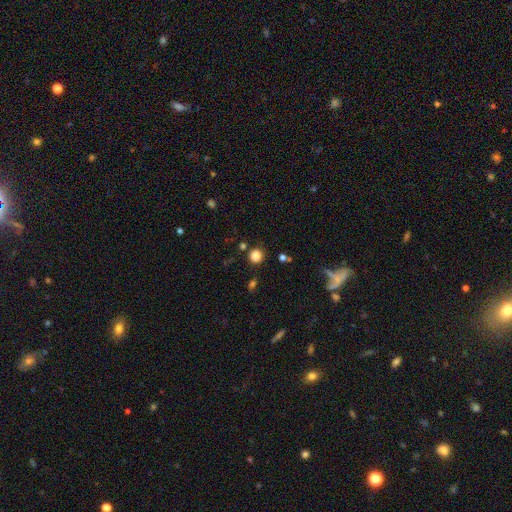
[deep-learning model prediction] This appears to be a smooth galaxy with no disk features (82%) that is round (91%). Merging: none (84%).